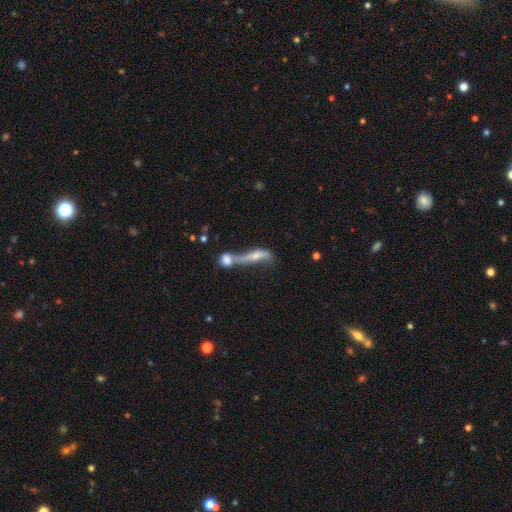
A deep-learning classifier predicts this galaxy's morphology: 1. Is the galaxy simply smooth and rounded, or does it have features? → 46% featured or disk, 45% smooth, 9% star or artifact.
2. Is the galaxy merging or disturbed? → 66% merger, 15% none, 11% major disturbance, 8% minor disturbance.